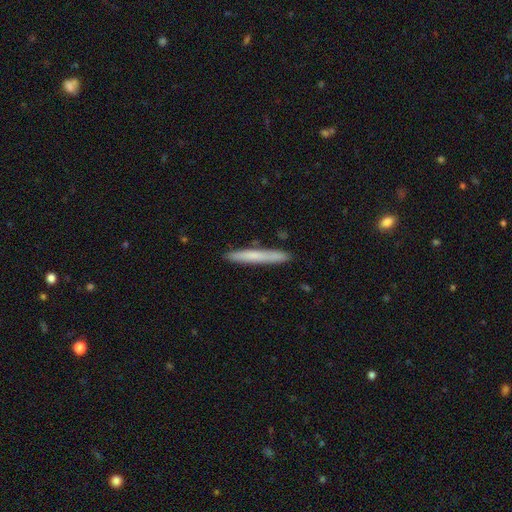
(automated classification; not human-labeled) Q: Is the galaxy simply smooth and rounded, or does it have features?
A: smooth — 65%.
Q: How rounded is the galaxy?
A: cigar-shaped — 96%.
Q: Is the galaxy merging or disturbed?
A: none — 89%.